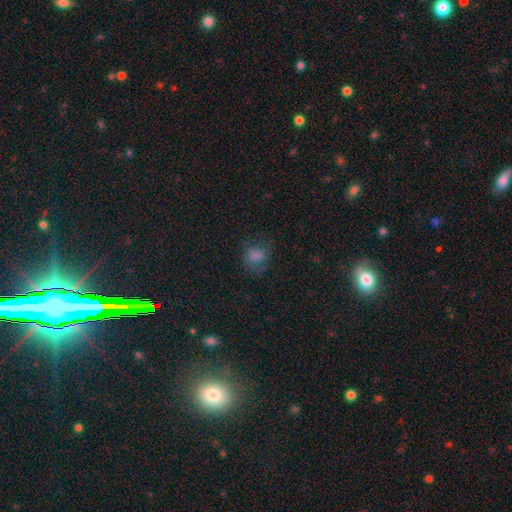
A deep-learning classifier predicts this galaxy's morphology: smooth 75%, star or artifact 17%, featured or disk 8%. Down the decision tree: how rounded — round (64%); merging — none (67%).